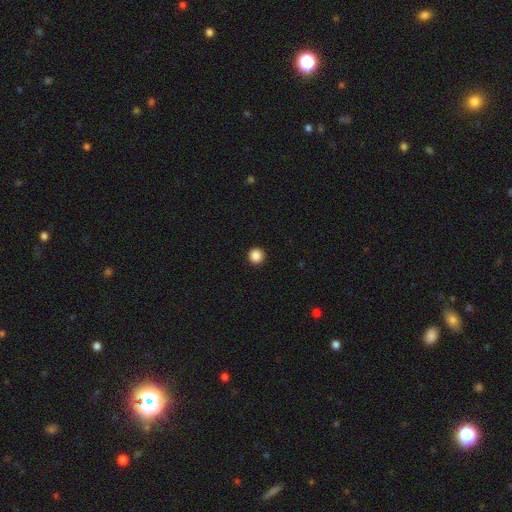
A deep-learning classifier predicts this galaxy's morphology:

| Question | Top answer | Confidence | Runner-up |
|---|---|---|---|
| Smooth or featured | smooth | 88% | star or artifact (10%) |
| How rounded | round | 96% | in between (3%) |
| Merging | none | 94% | minor disturbance (4%) |